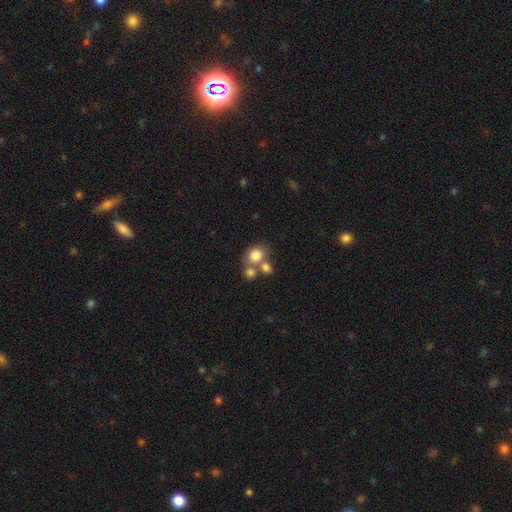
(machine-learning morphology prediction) smooth 78%, featured or disk 11%, star or artifact 11%. Down the decision tree: how rounded — round (65%); merging — none (44%).